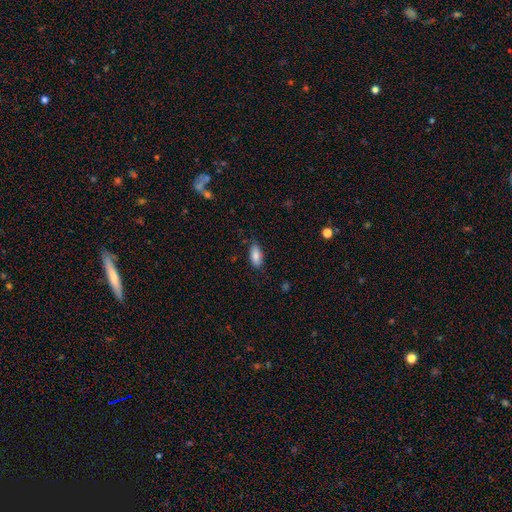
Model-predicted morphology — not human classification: A smooth galaxy with no disk features (85%) that is in between round and cigar-shaped (86%). Merging: none (77%).